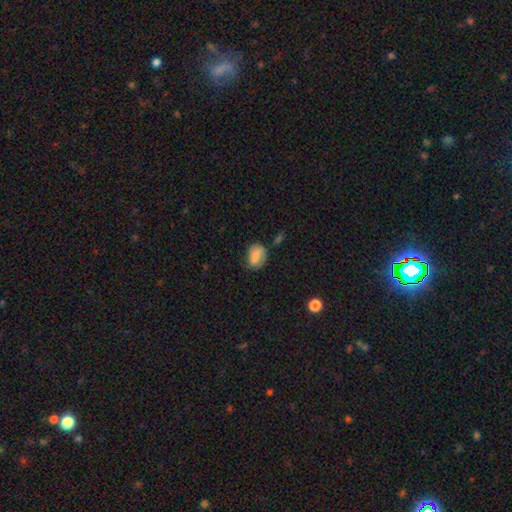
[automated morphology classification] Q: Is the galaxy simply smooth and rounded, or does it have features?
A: smooth — 73%.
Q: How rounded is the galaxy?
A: in between — 70%.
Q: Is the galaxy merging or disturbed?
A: none — 54%.